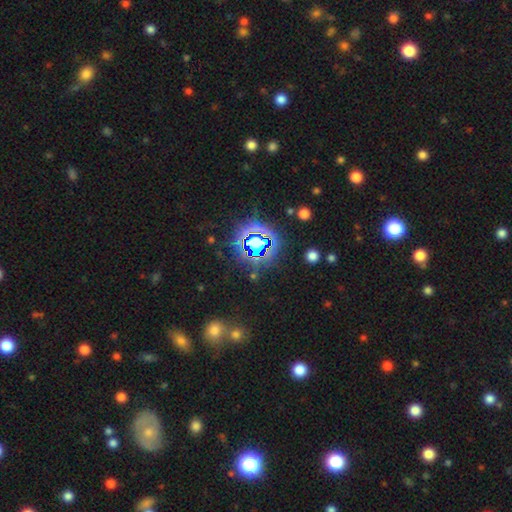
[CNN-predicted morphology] This is likely a star or artifact rather than a galaxy (74%).